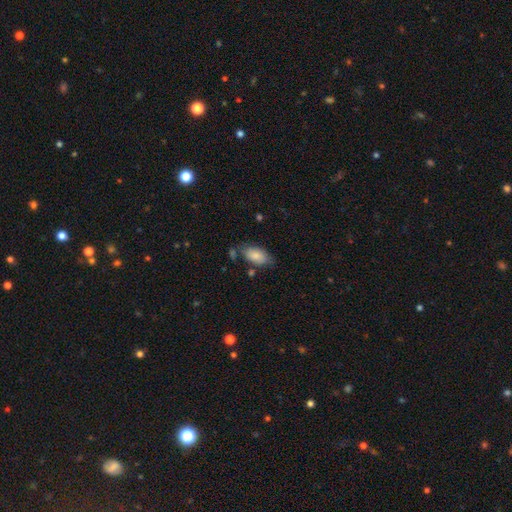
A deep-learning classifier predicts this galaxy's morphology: Q: Smooth or featured?
A: smooth (82%); runner-up: featured or disk (12%)
Q: How rounded?
A: in between (93%); runner-up: cigar-shaped (4%)
Q: Merging?
A: none (65%); runner-up: minor disturbance (22%)